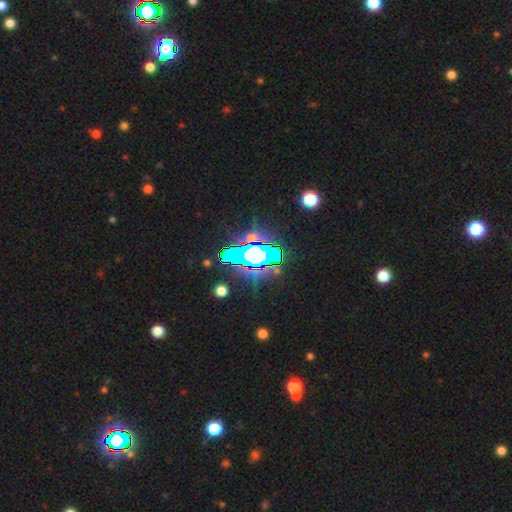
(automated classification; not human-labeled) Smooth or featured? star or artifact (81%)